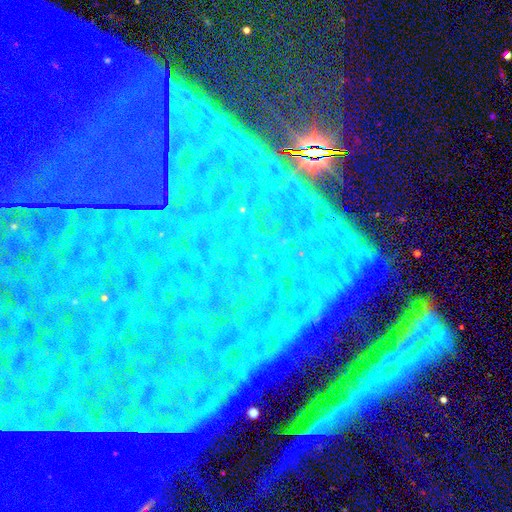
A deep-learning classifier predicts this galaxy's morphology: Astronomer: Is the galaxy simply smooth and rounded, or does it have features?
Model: star or artifact — 86%.